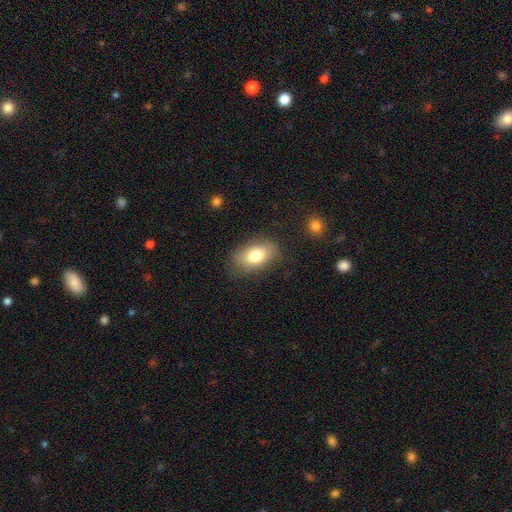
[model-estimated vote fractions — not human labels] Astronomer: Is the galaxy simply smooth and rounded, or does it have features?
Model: smooth — 77%.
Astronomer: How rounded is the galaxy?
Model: in between — 89%.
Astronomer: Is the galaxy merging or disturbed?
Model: none — 81%.